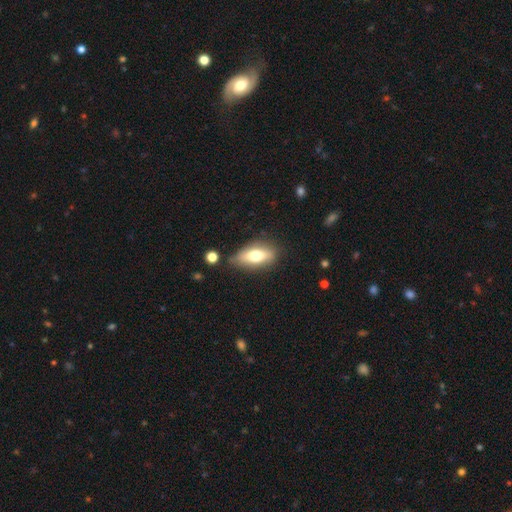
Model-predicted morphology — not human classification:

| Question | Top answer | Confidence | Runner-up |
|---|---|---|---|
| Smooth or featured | smooth | 64% | featured or disk (28%) |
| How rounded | in between | 76% | cigar-shaped (21%) |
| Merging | none | 76% | minor disturbance (16%) |